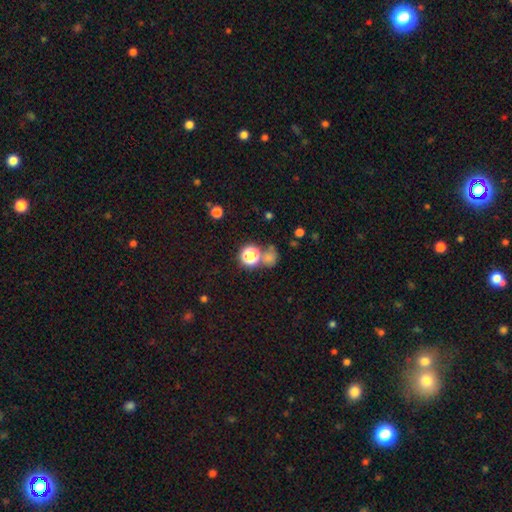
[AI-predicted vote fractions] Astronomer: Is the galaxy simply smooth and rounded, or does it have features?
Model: star or artifact — 52% (runner-up: smooth, 38%).